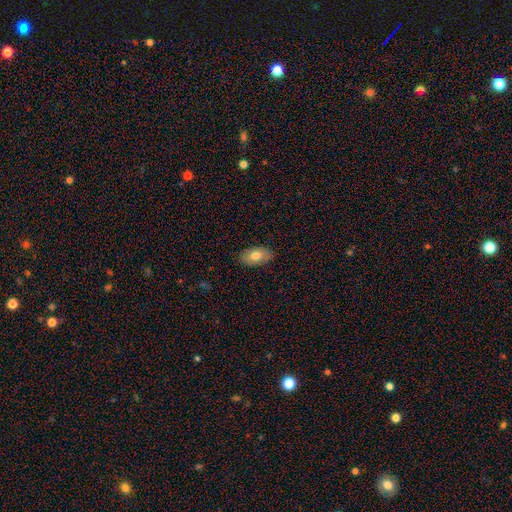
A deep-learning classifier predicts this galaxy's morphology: This is likely a smooth galaxy (76%). How rounded: clearly in between (94%). Merging: clearly none (87%).